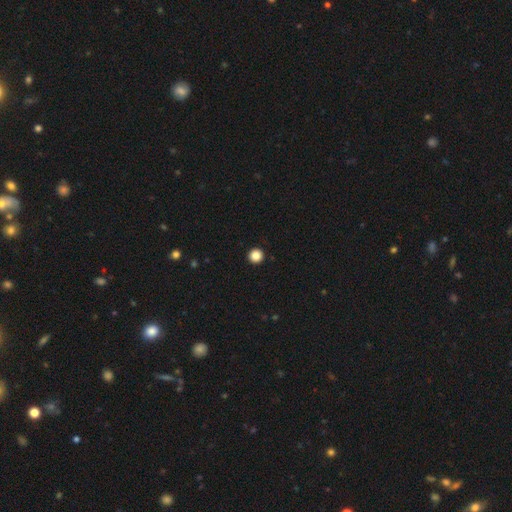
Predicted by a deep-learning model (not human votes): smooth-or-featured: smooth: 86% | star or artifact: 11% | featured or disk: 3%
  how-rounded: round: 96% | in between: 3% | cigar-shaped: 1%
  merging: none: 95% | minor disturbance: 3% | major disturbance: 1% | merger: 1%